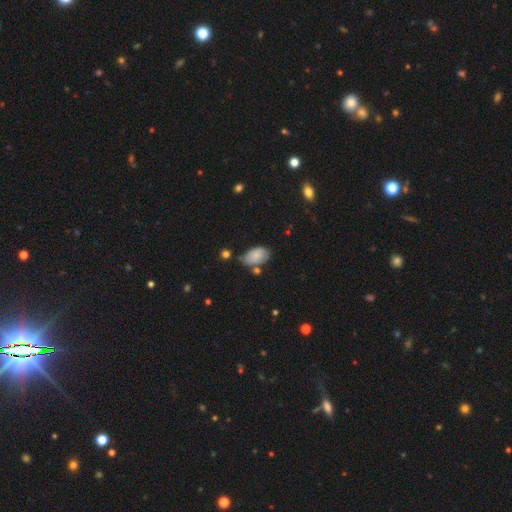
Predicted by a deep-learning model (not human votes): smooth_or_featured: smooth (p=0.75) [alt: featured or disk p=0.17]
how_rounded: in between (p=0.92) [alt: round p=0.06]
merging: none (p=0.58) [alt: minor disturbance p=0.27]